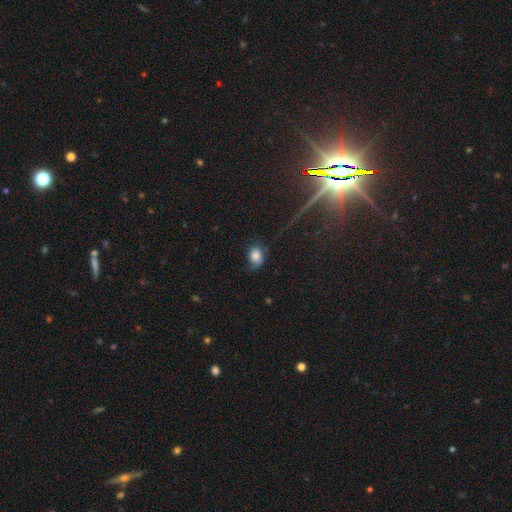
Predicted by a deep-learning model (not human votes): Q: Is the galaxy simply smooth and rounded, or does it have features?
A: smooth — 72%.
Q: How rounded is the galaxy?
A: in between — 58%.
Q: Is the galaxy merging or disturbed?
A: none — 48%.